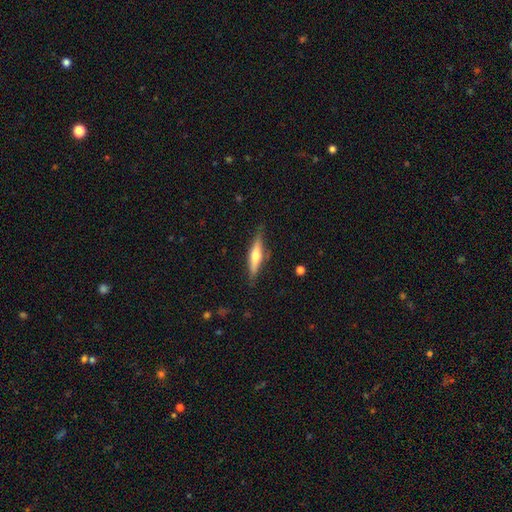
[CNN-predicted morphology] A featured or disk galaxy (54%) viewed edge-on (93%) with a rounded central bulge (88%). Merging: none (82%).